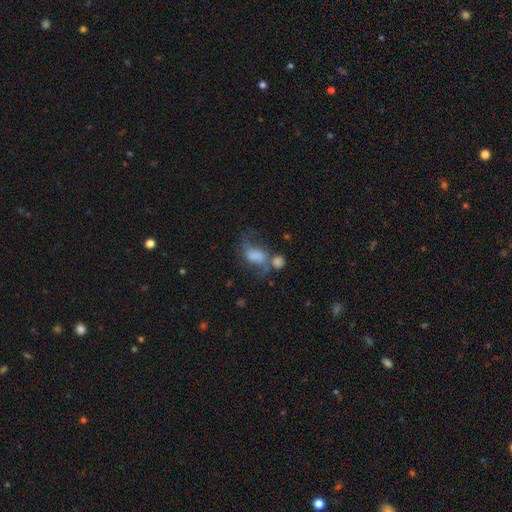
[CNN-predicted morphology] The model was most divided on "smooth or featured": smooth: 43%, featured or disk: 42%, star or artifact: 15%. Remaining: merging — none (32%).